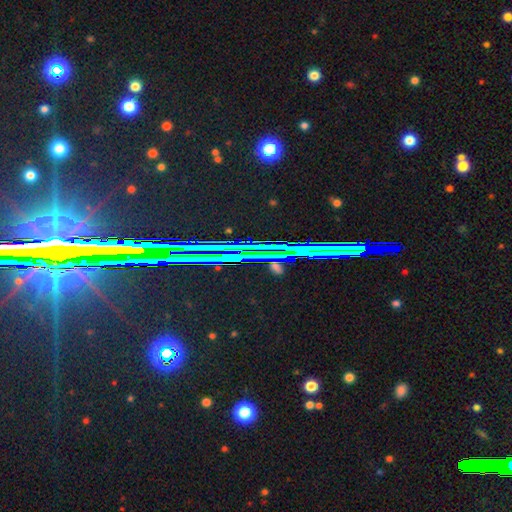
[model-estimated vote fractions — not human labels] A star or artifact, not a galaxy (79%).

Vote fractions:
- Smooth or featured? star or artifact: 79% / featured or disk: 13% / smooth: 8%